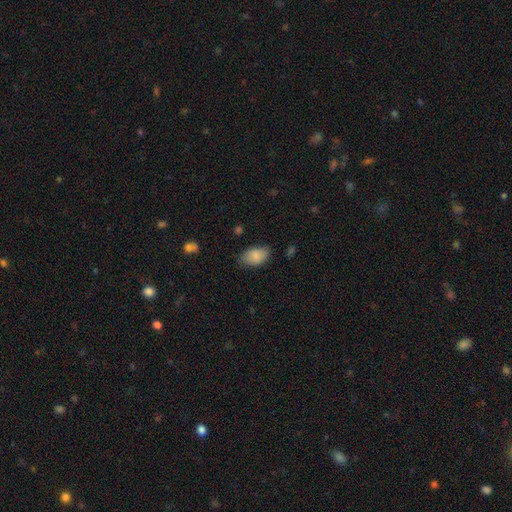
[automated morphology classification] Smooth or featured?
  - smooth: 85% *
  - featured or disk: 8%
  - star or artifact: 7%
How rounded?
  - in between: 92% *
  - round: 7%
  - cigar-shaped: 1%
Merging?
  - none: 70% *
  - minor disturbance: 24%
  - major disturbance: 4%
  - merger: 1%